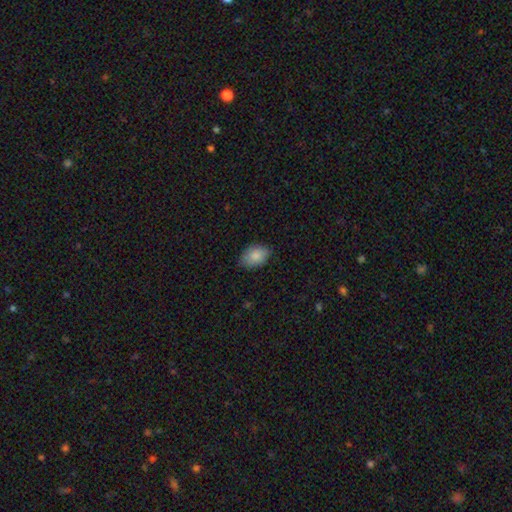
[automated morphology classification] This appears to be a smooth galaxy with no disk features (87%) that is in between round and cigar-shaped (84%). Merging: none (77%).